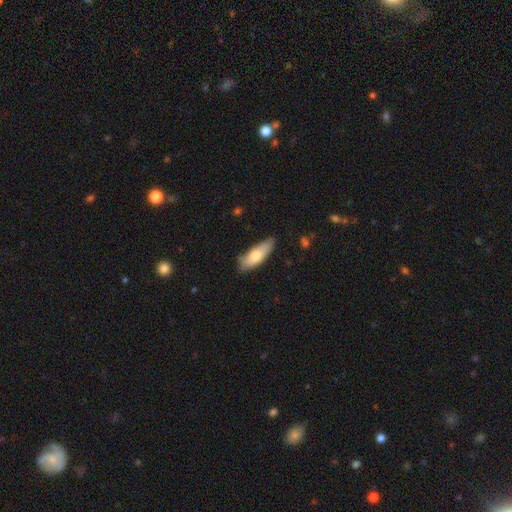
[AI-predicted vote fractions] Smooth or featured: smooth — 73% (featured or disk — 21%)
How rounded: in between — 61% (cigar-shaped — 37%)
Merging: none — 75% (minor disturbance — 20%)